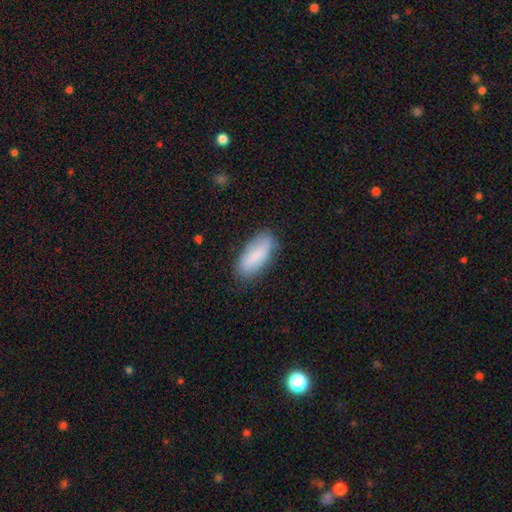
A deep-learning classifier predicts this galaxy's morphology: A smooth galaxy with no disk features (79%) that is in between round and cigar-shaped (80%).

Vote fractions:
- Smooth or featured? smooth: 79% / featured or disk: 14% / star or artifact: 7%
- How rounded? in between: 80% / cigar-shaped: 18% / round: 2%
- Merging? none: 76% / minor disturbance: 18% / major disturbance: 4% / merger: 1%